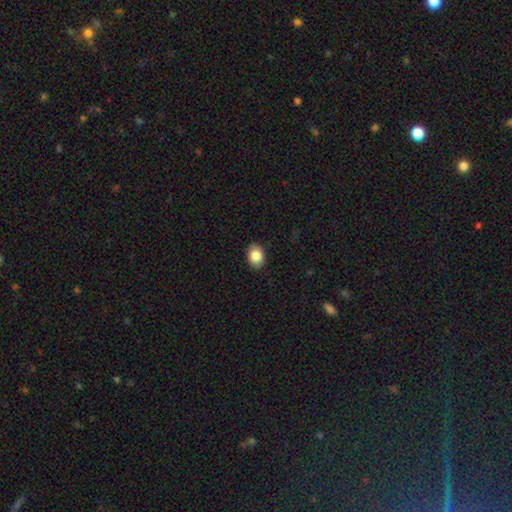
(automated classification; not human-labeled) A smooth galaxy with no disk features (85%) that is in between round and cigar-shaped (72%).

Vote fractions:
- Smooth or featured? smooth: 85% / star or artifact: 8% / featured or disk: 7%
- How rounded? in between: 72% / round: 27% / cigar-shaped: 1%
- Merging? none: 89% / minor disturbance: 8% / major disturbance: 2% / merger: 1%